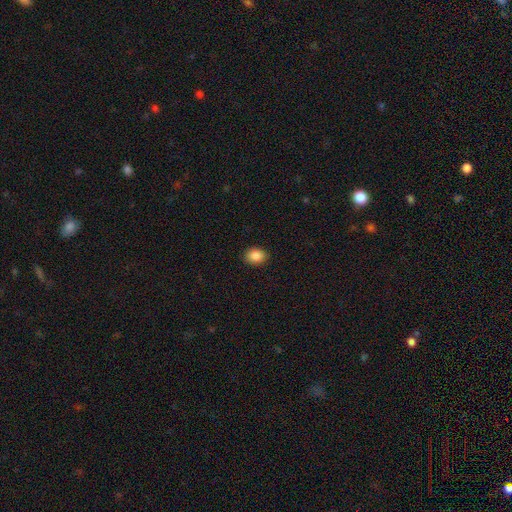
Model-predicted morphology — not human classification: Smooth or featured? Predicted: smooth (p=0.88). How rounded? Predicted: in between (p=0.60). Merging? Predicted: none (p=0.90).